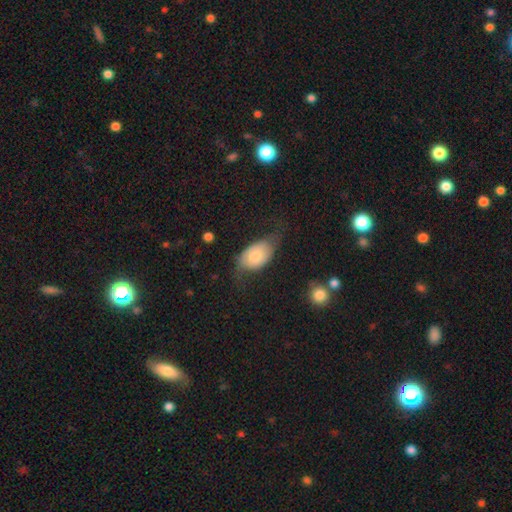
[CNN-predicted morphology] Q: Smooth or featured?
A: smooth (57%); runner-up: featured or disk (36%)
Q: How rounded?
A: in between (88%); runner-up: round (9%)
Q: Merging?
A: none (44%); runner-up: minor disturbance (30%)